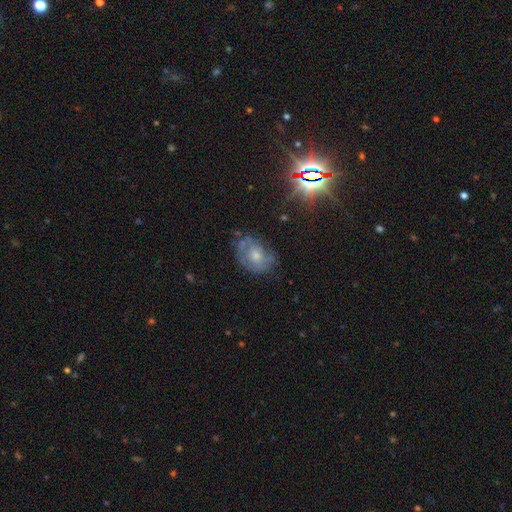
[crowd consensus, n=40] Q: Smooth or featured?
A: featured or disk (50%); runner-up: smooth (38%)
Q: Edge-on disk?
A: no (90%); runner-up: yes (10%)
Q: Bar?
A: no (89%); runner-up: weak (11%)
Q: Spiral arms?
A: no (83%); runner-up: yes (17%)
Q: Bulge size?
A: moderate (50%); tied with: small (50%)
Q: Merging?
A: none (54%); runner-up: minor disturbance (34%)